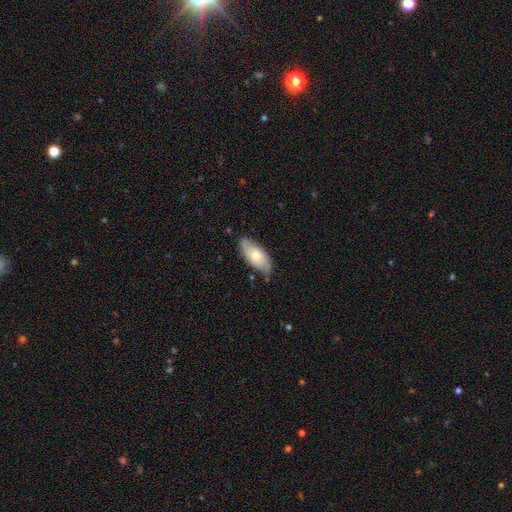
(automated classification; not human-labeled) Smooth or featured? smooth (66%)
How rounded? in between (88%)
Merging? none (77%)